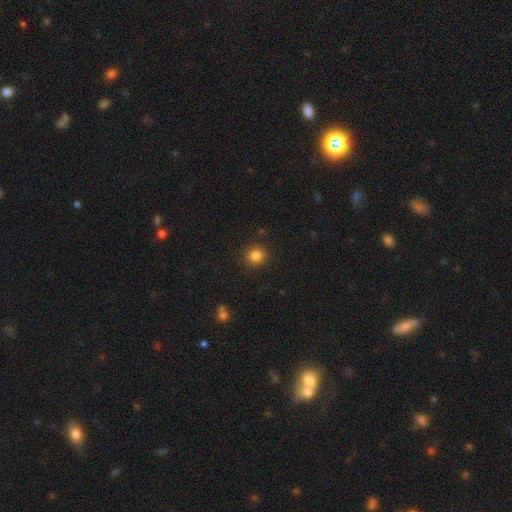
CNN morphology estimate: The model was most divided on "smooth or featured": smooth: 84%, star or artifact: 12%, featured or disk: 4%. More confident: how rounded — round (92%); merging — none (91%).